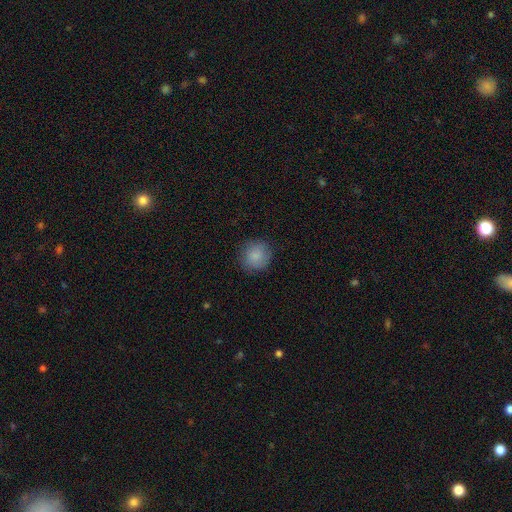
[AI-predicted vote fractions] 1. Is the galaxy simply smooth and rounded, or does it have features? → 87% smooth, 8% star or artifact, 5% featured or disk.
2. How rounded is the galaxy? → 91% round, 8% in between, 1% cigar-shaped.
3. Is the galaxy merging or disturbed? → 85% none, 11% minor disturbance, 3% major disturbance, 1% merger.